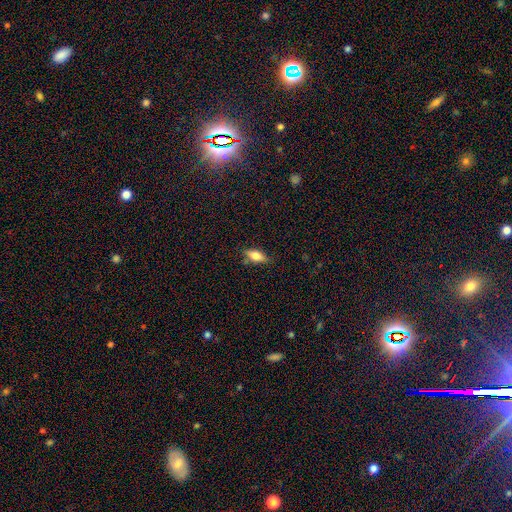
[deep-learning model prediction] A smooth galaxy with no disk features (71%) that is in between round and cigar-shaped (75%).

Vote fractions:
- Smooth or featured? smooth: 71% / featured or disk: 21% / star or artifact: 8%
- How rounded? in between: 75% / cigar-shaped: 21% / round: 3%
- Merging? none: 74% / minor disturbance: 18% / major disturbance: 4% / merger: 3%